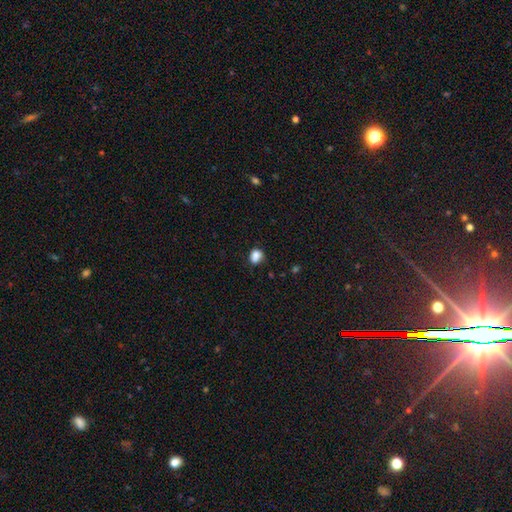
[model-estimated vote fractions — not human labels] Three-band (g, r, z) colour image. It shows a smooth galaxy with no disk features (84%) that is round (53%). Merging: none (65%).